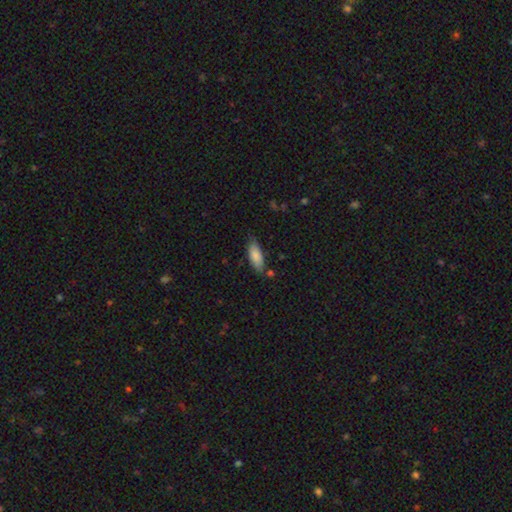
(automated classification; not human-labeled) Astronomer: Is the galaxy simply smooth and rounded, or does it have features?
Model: smooth — 83%.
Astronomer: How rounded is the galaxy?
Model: in between — 70%.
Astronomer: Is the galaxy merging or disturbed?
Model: none — 70%.